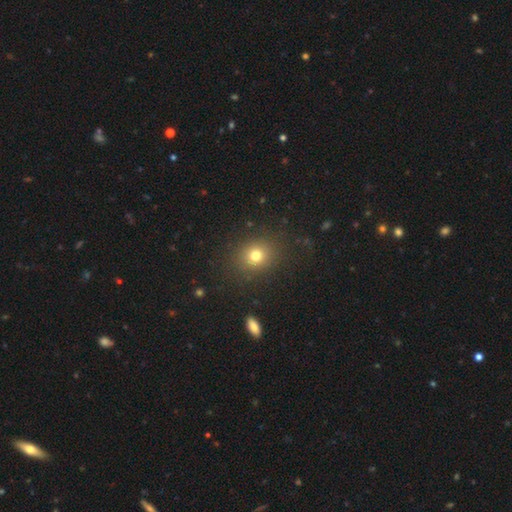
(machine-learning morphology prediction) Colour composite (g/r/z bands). It shows a smooth galaxy with no disk features (77%) that is round (73%). Merging: none (86%).